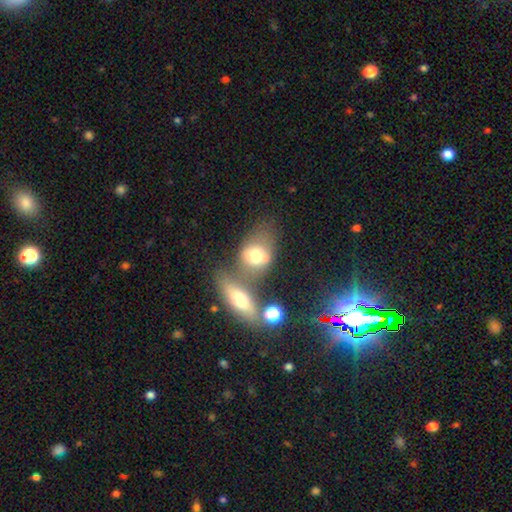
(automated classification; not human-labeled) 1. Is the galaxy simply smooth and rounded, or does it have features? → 65% smooth, 25% featured or disk, 10% star or artifact.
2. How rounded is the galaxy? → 71% in between, 26% round, 4% cigar-shaped.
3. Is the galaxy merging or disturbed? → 44% merger, 35% none, 13% minor disturbance, 9% major disturbance.